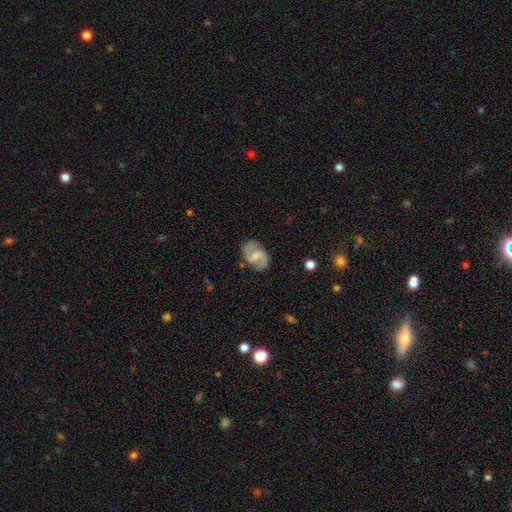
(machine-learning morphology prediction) smooth-or-featured: featured or disk: 82% | smooth: 13% | star or artifact: 5%
  disk-edge-on: no: 98% | yes: 2%
    bar: weak: 57% | no: 28% | strong: 15%
    has-spiral-arms: yes: 95% | no: 5%
      spiral-winding: medium: 55% | loose: 27% | tight: 18%
      spiral-arm-count: 2: 91% | can't tell: 4% | 1: 2% | 3: 1% | 4: 1% | more than 4: 1%
    bulge-size: small: 42% | moderate: 37% | none: 16% | large: 4% | dominant: 1%
  merging: none: 79% | minor disturbance: 15% | major disturbance: 5% | merger: 2%